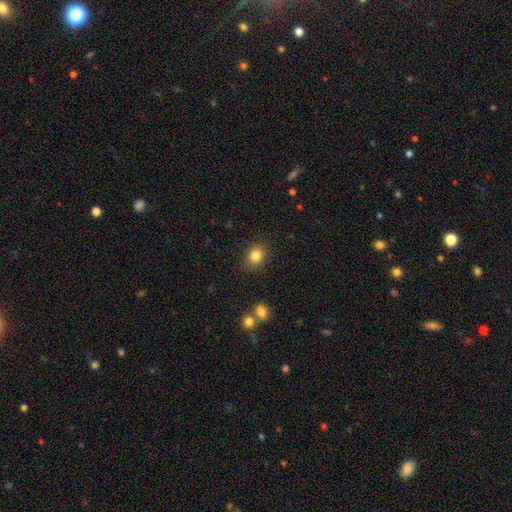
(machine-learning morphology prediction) The model was most divided on "how rounded": round: 64%, in between: 35%, cigar-shaped: 1%. More confident: merging — none (87%); smooth or featured — smooth (84%).